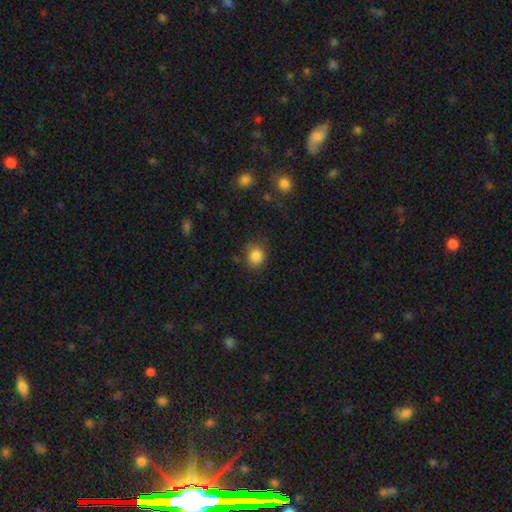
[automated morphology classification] Overall: smooth (85%). How rounded: round (73%). Merging: none (76%).